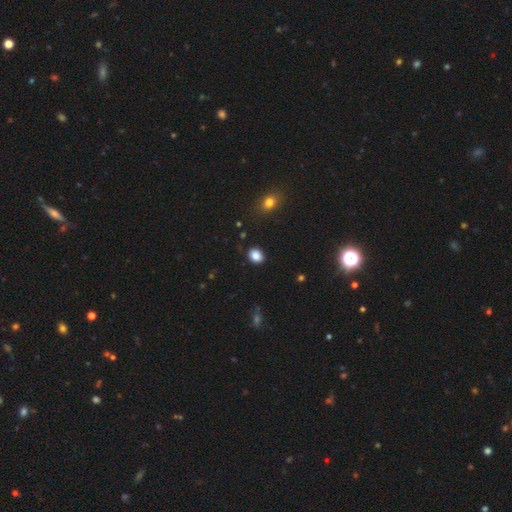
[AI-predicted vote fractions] smooth 87%, star or artifact 10%, featured or disk 4%. Down the decision tree: how rounded — round (53%); merging — none (88%).